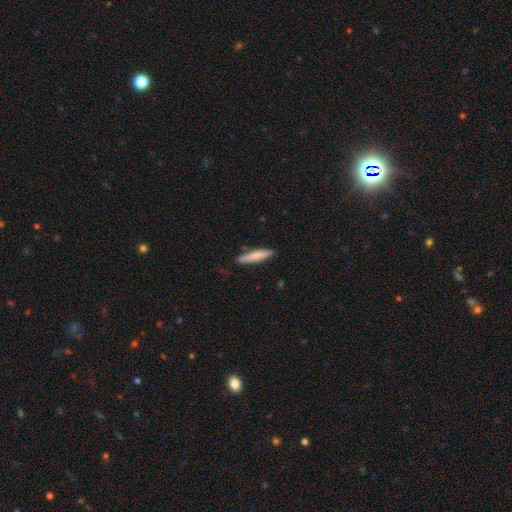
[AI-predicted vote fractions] Smooth or featured? smooth (76%)
How rounded? cigar-shaped (88%)
Merging? none (86%)